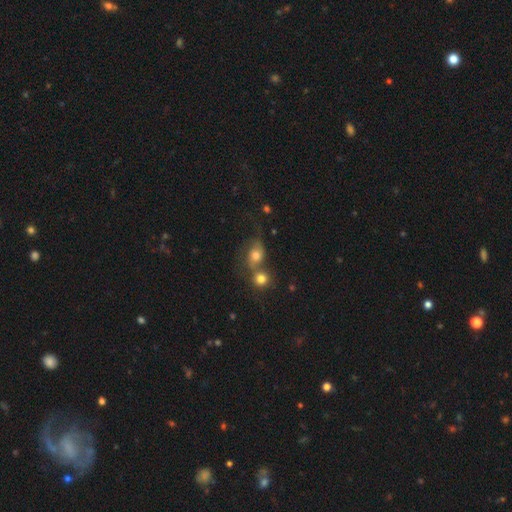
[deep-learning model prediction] smooth_or_featured: smooth (p=0.60) [alt: featured or disk p=0.24]
how_rounded: round (p=0.56) [alt: in between p=0.42]
merging: merger (p=0.46) [alt: none p=0.32]